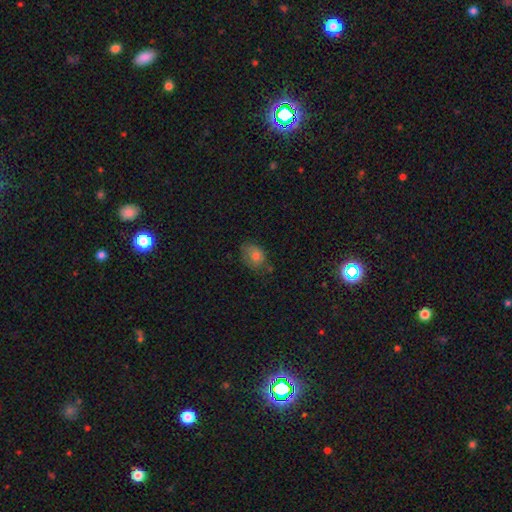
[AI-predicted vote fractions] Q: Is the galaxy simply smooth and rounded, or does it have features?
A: smooth — 76%.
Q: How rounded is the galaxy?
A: in between — 69%.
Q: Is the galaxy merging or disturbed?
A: none — 58%.